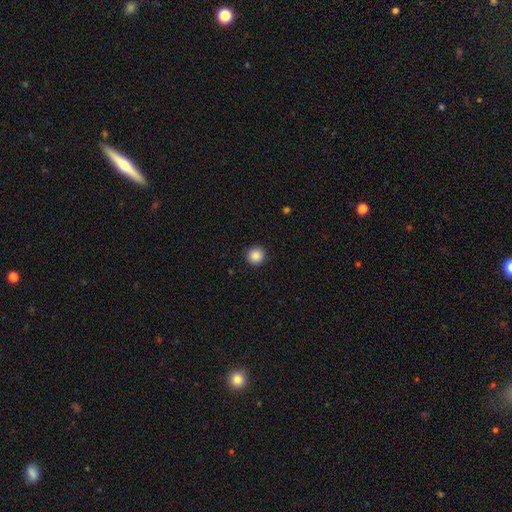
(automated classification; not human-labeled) This is clearly a smooth galaxy (88%). How rounded: clearly round (94%). Merging: clearly none (92%).